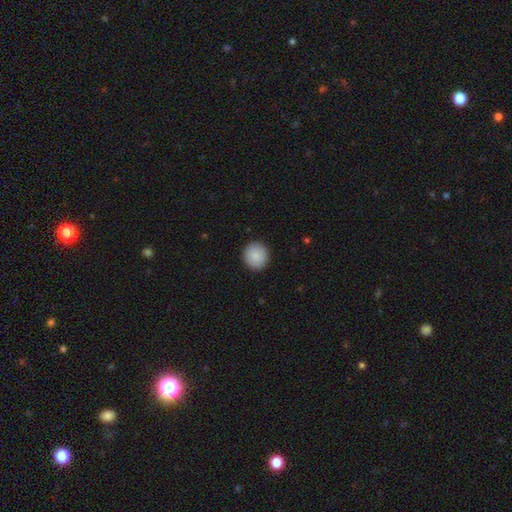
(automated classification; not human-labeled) This is clearly a smooth galaxy (88%). How rounded: clearly round (92%). Merging: clearly none (92%).